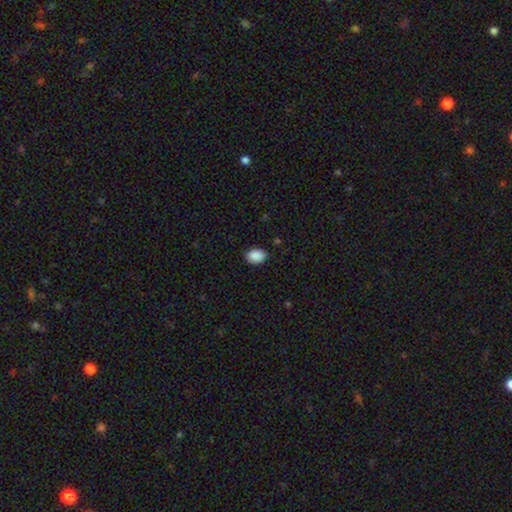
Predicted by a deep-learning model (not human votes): The model was most divided on "how rounded": in between: 76%, round: 23%, cigar-shaped: 1%. More confident: smooth or featured — smooth (90%); merging — none (85%).